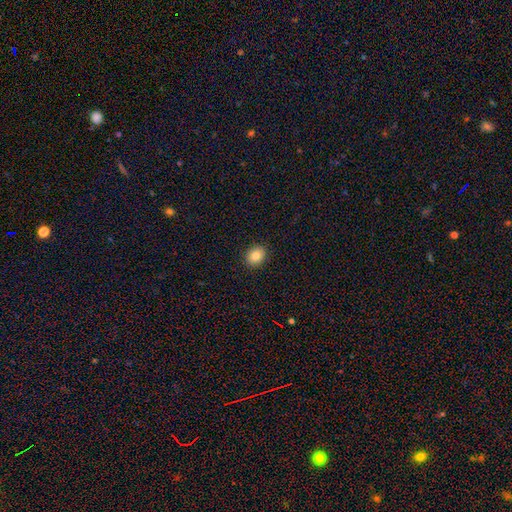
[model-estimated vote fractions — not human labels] Morphology: type=smooth (83%); roundness=round (56%); merging=none (91%).